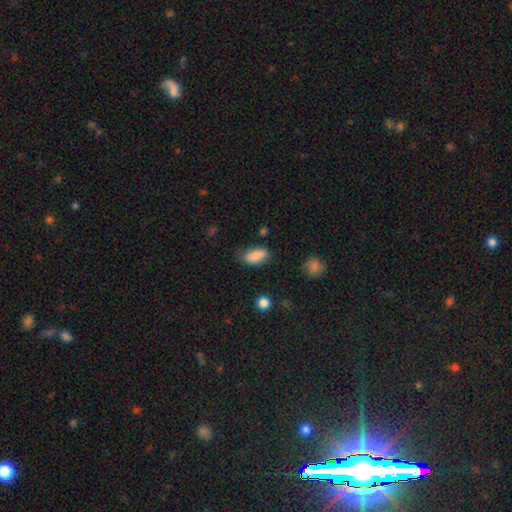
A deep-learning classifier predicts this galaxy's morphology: The model was most divided on "merging": none: 65%, minor disturbance: 26%, major disturbance: 6%, merger: 2%. More confident: how rounded — in between (87%); smooth or featured — smooth (85%).